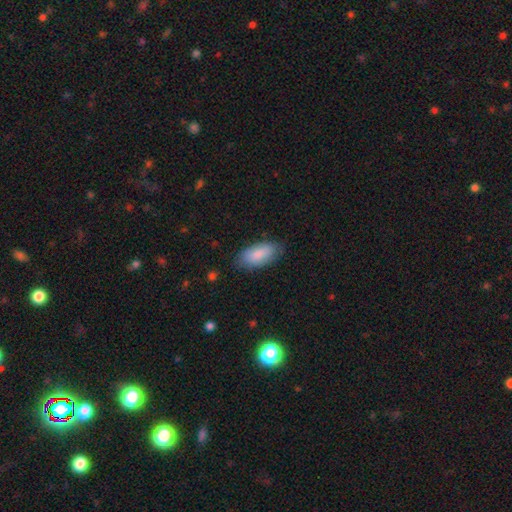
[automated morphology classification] A smooth galaxy with no disk features (84%) that is in between round and cigar-shaped (88%).

Vote fractions:
- Smooth or featured? smooth: 84% / featured or disk: 9% / star or artifact: 7%
- How rounded? in between: 88% / cigar-shaped: 10% / round: 2%
- Merging? none: 83% / minor disturbance: 13% / major disturbance: 3% / merger: 1%